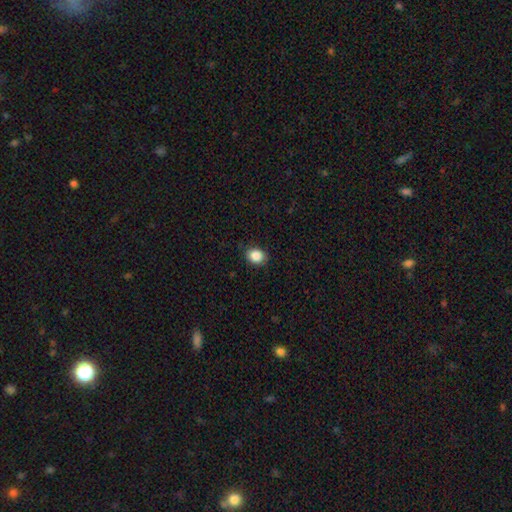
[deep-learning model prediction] smooth_or_featured: smooth (p=0.87) [alt: star or artifact p=0.09]
how_rounded: round (p=0.53) [alt: in between p=0.46]
merging: none (p=0.88) [alt: minor disturbance p=0.09]